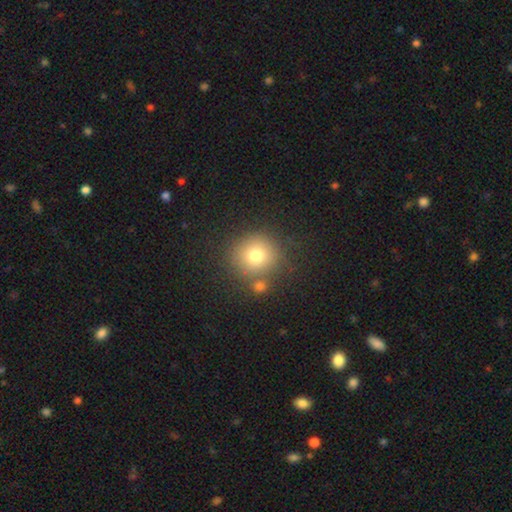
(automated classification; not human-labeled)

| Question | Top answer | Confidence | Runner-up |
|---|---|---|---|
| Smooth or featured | smooth | 75% | star or artifact (14%) |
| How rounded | round | 91% | in between (8%) |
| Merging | none | 75% | merger (12%) |